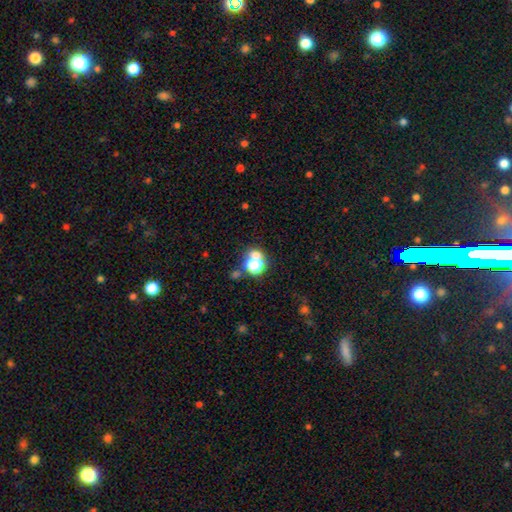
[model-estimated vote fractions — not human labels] Smooth or featured: smooth — 55% (star or artifact — 34%)
How rounded: round — 78% (in between — 21%)
Merging: none — 53% (merger — 33%)